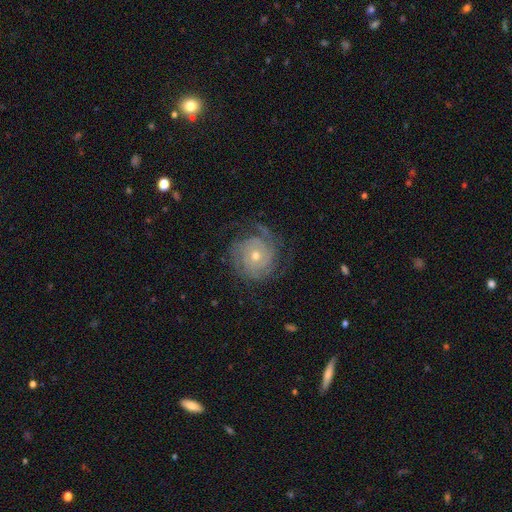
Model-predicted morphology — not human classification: This appears to be a featured or disk galaxy (85%) with no bar (80%), 3 (26%, tied with can't tell) tight (75%) spiral arms (97%) and a small central bulge (52%). Merging: none (74%).